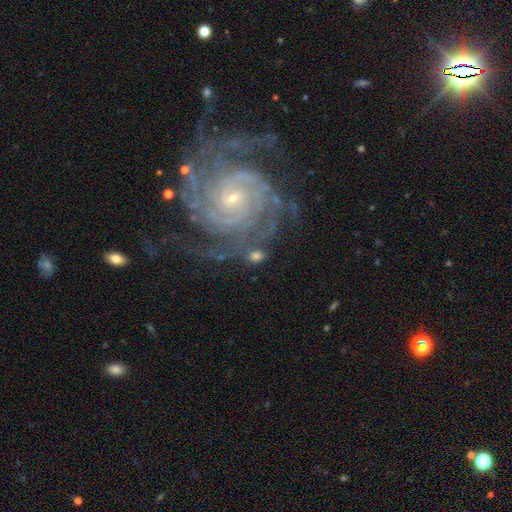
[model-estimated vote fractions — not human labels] This is likely a featured or disk galaxy (73%). It is clearly not viewed edge-on (96%). Bar: possibly no (52%). Spiral arm pattern: clearly yes (94%). Spiral arm count: marginally can't tell (25%). Spiral winding: likely tight (73%). Central bulge: likely small (71%). Merging: likely none (65%).